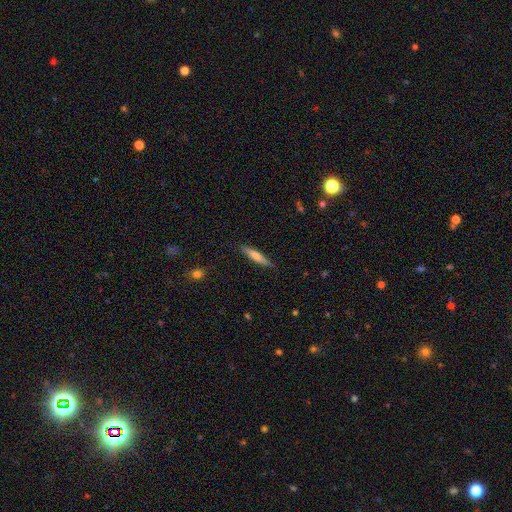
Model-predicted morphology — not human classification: smooth_or_featured: smooth (p=0.51) [alt: featured or disk p=0.42]
how_rounded: cigar-shaped (p=0.90) [alt: in between p=0.08]
merging: none (p=0.87) [alt: minor disturbance p=0.10]